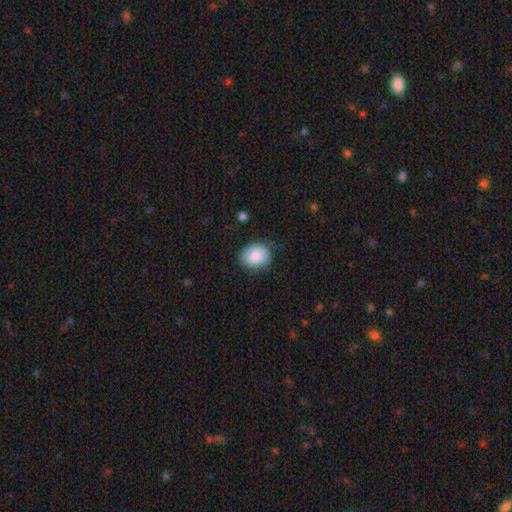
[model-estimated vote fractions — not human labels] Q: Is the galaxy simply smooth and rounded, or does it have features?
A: smooth — 84%.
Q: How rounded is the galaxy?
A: in between — 53%.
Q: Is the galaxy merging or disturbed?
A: none — 68%.